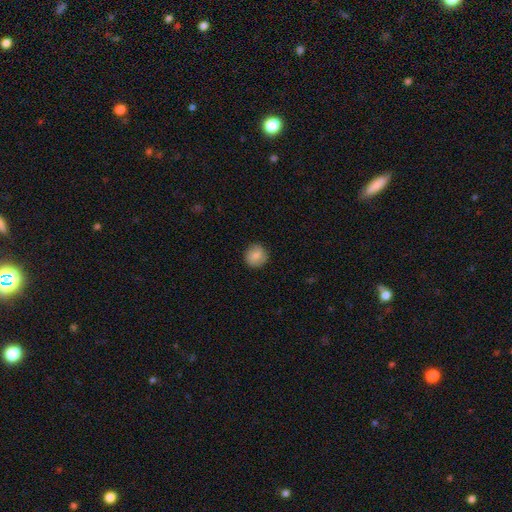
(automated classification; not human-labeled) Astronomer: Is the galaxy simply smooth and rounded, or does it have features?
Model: smooth — 81%.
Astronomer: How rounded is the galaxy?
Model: round — 92%.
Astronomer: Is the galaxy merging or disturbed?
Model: none — 88%.